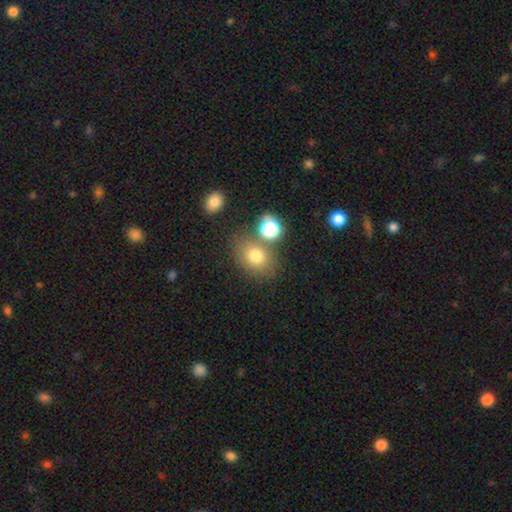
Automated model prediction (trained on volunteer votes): Morphology: type=smooth (74%); roundness=in between (59%); merging=none (62%).